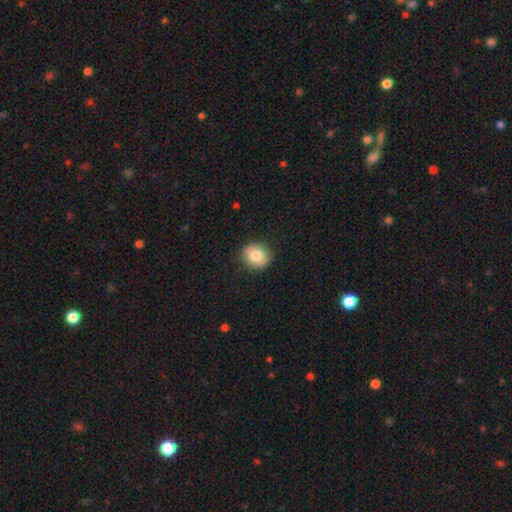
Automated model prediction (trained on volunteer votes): This is clearly a smooth galaxy (81%). How rounded: likely round (79%). Merging: clearly none (89%).